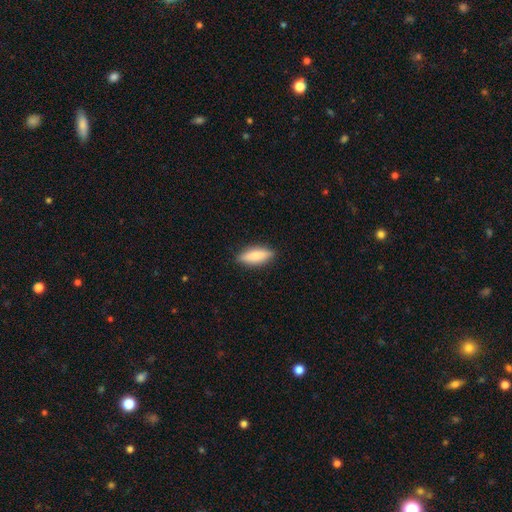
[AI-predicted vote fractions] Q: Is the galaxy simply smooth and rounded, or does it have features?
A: smooth — 74%.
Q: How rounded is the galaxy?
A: in between — 53%.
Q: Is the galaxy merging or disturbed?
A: none — 87%.